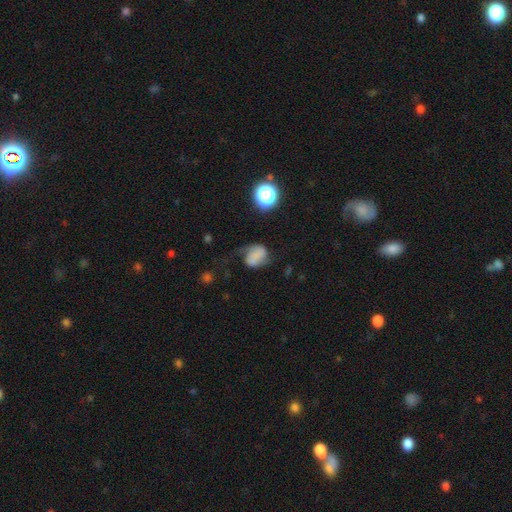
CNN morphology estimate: smooth-or-featured: smooth: 53% | featured or disk: 34% | star or artifact: 14%
  how-rounded: in between: 58% | round: 41% | cigar-shaped: 1%
  merging: none: 42% | major disturbance: 27% | minor disturbance: 27% | merger: 3%